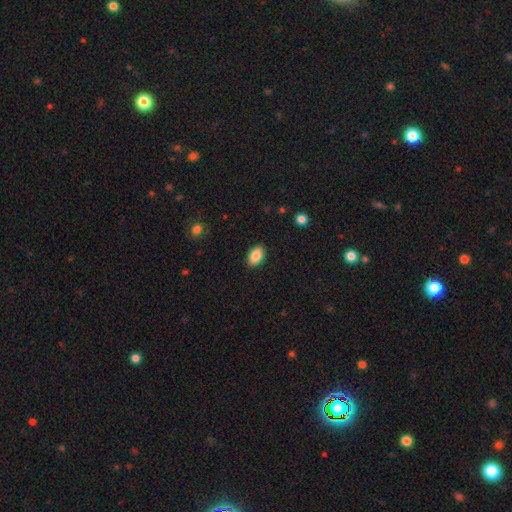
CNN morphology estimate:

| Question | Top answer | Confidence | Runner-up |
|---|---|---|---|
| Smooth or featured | smooth | 87% | star or artifact (8%) |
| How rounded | in between | 91% | round (8%) |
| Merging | none | 89% | minor disturbance (8%) |